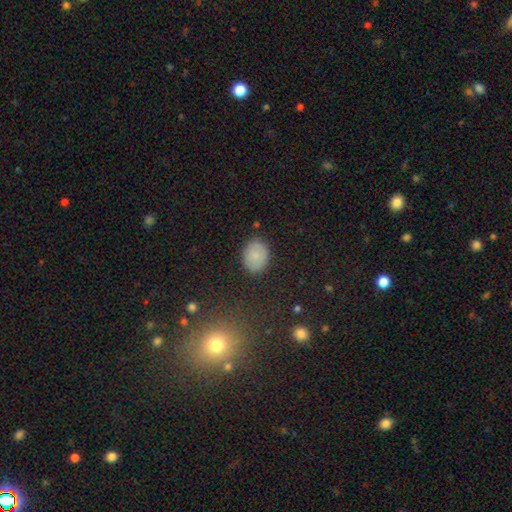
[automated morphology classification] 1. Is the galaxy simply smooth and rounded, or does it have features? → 82% smooth, 9% star or artifact, 9% featured or disk.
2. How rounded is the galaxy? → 61% in between, 38% round, 1% cigar-shaped.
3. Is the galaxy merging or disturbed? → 86% none, 10% minor disturbance, 3% major disturbance, 1% merger.